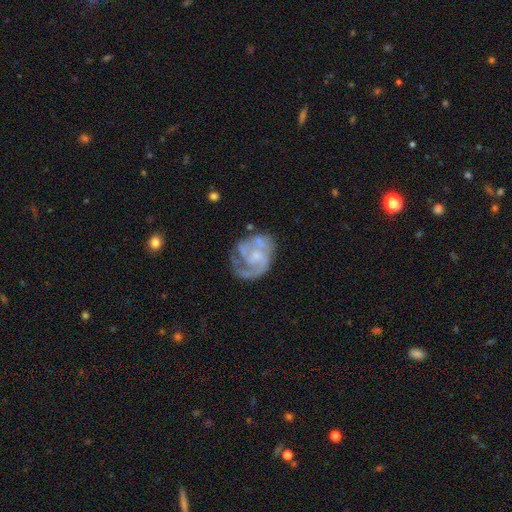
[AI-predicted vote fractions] smooth-or-featured: featured or disk: 80% | smooth: 14% | star or artifact: 6%
  disk-edge-on: no: 98% | yes: 2%
    bar: no: 64% | weak: 30% | strong: 5%
    has-spiral-arms: yes: 86% | no: 14%
      spiral-winding: medium: 44% | tight: 36% | loose: 20%
      spiral-arm-count: 2: 41% | can't tell: 20% | 3: 17% | 1: 15% | 4: 4% | more than 4: 3%
    bulge-size: small: 43% | none: 31% | moderate: 22% | large: 3% | dominant: 1%
  merging: none: 50% | major disturbance: 23% | minor disturbance: 21% | merger: 5%